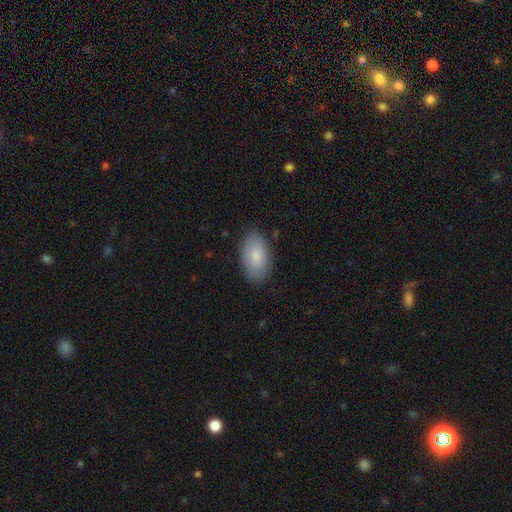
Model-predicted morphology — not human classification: Q: Smooth or featured?
A: smooth (80%); runner-up: featured or disk (14%)
Q: How rounded?
A: in between (94%); runner-up: round (5%)
Q: Merging?
A: none (84%); runner-up: minor disturbance (12%)